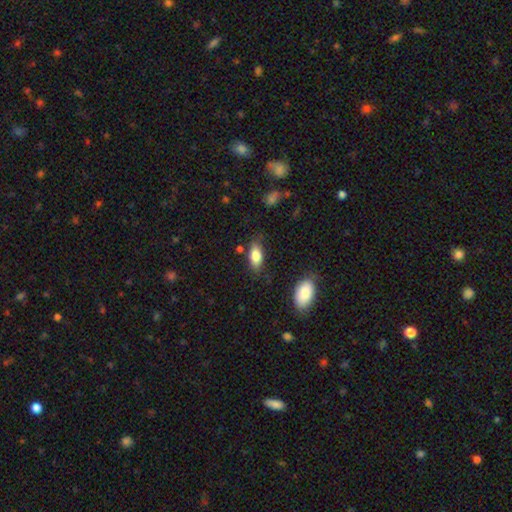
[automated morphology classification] Smooth or featured: smooth — 81% (featured or disk — 12%)
How rounded: in between — 86% (cigar-shaped — 10%)
Merging: none — 75% (minor disturbance — 17%)